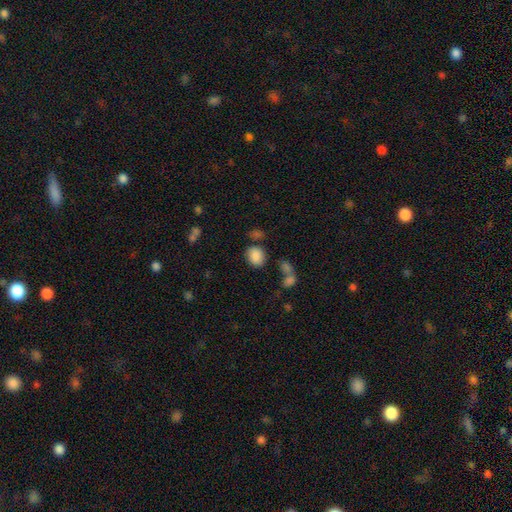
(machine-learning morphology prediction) smooth 85%, star or artifact 9%, featured or disk 5%. Down the decision tree: how rounded — round (54%); merging — none (70%).